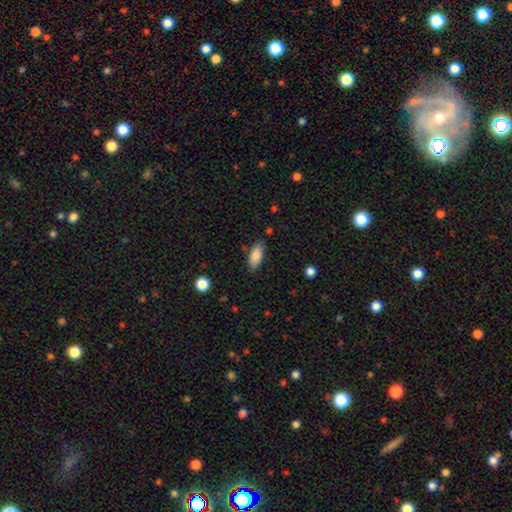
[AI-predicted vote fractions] smooth 87%, featured or disk 7%, star or artifact 7%. Down the decision tree: how rounded — in between (87%); merging — none (82%).